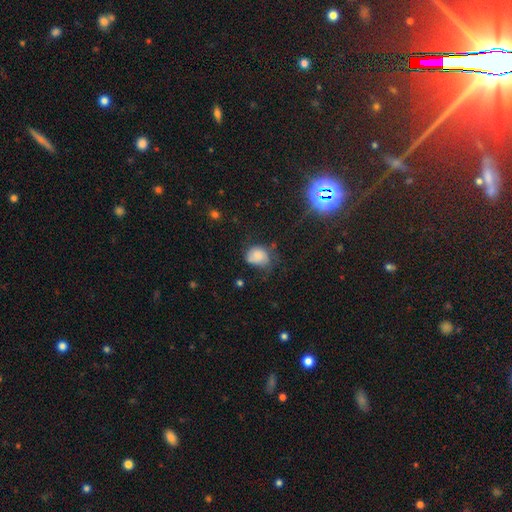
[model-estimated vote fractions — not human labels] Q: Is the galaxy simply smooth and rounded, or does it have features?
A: smooth — 73%.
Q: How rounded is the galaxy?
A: in between — 50%.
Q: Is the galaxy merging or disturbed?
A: none — 39%.